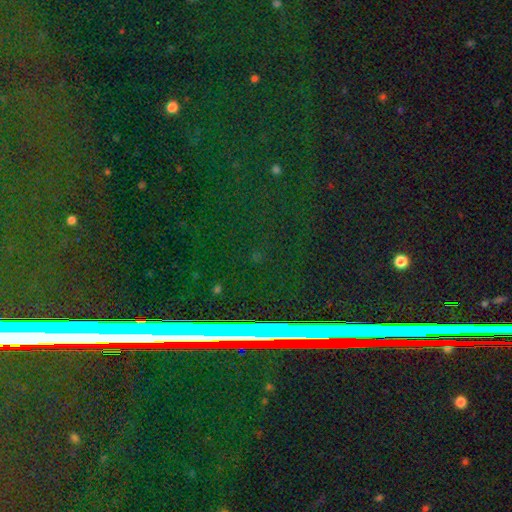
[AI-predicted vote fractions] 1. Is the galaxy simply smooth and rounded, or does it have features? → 82% star or artifact, 10% featured or disk, 8% smooth.